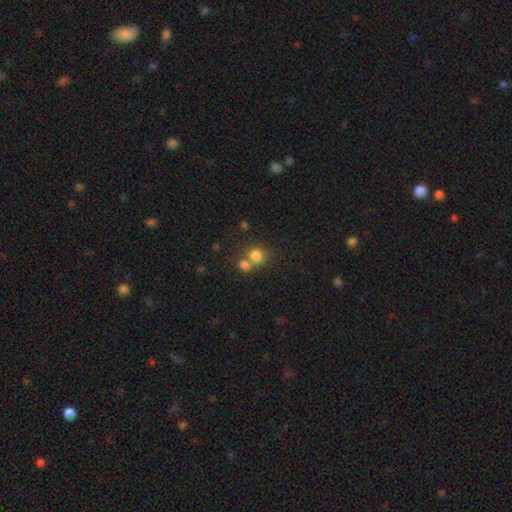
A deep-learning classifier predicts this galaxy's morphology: This appears to be a smooth galaxy with no disk features (78%) that is round (82%). Merging: none (47%).